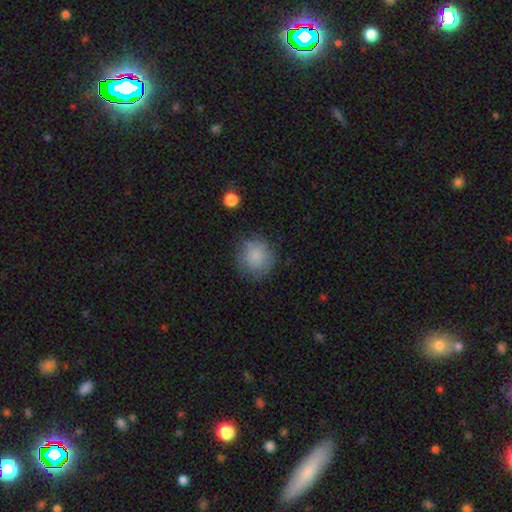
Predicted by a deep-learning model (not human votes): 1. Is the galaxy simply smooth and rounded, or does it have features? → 83% smooth, 9% featured or disk, 8% star or artifact.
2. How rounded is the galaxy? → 88% round, 11% in between, 1% cigar-shaped.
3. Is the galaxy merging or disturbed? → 76% none, 16% minor disturbance, 6% major disturbance, 2% merger.